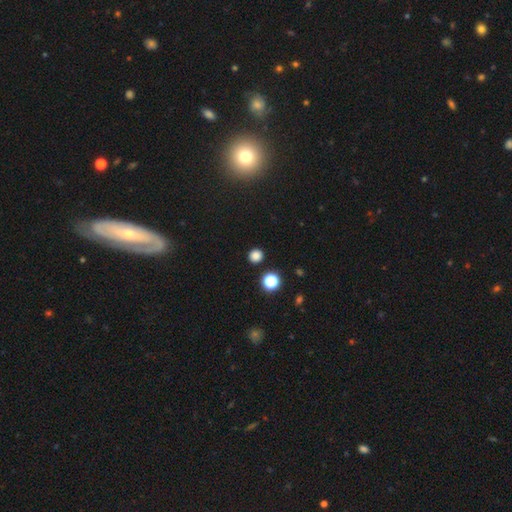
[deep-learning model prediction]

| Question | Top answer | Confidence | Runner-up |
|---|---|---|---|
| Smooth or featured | smooth | 81% | star or artifact (15%) |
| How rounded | round | 91% | in between (8%) |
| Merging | none | 90% | minor disturbance (5%) |